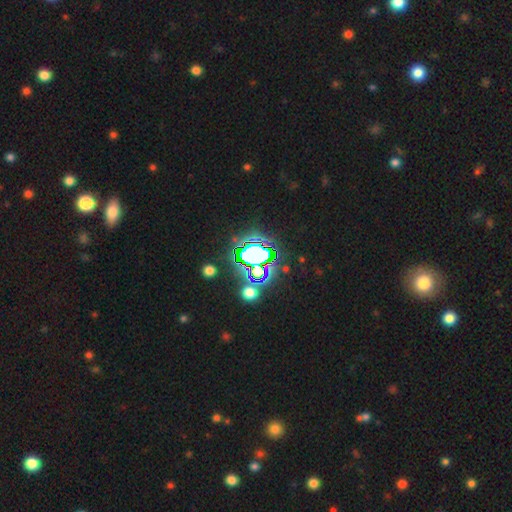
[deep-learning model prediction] smooth_or_featured: star or artifact (p=0.67) [alt: smooth p=0.18]